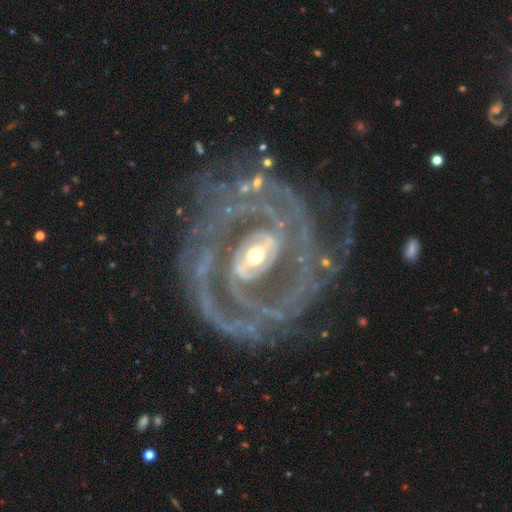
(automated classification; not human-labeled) A featured or disk galaxy (93%) with a strong bar (46%), 2 (40%) tight (49%) spiral arms (98%) and a moderate central bulge (55%). Merging: none (66%).